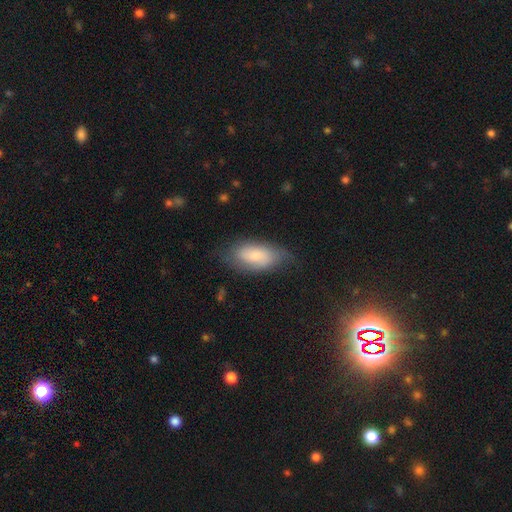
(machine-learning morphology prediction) Q: Smooth or featured?
A: smooth (70%); runner-up: featured or disk (23%)
Q: How rounded?
A: in between (91%); runner-up: cigar-shaped (5%)
Q: Merging?
A: none (61%); runner-up: minor disturbance (28%)